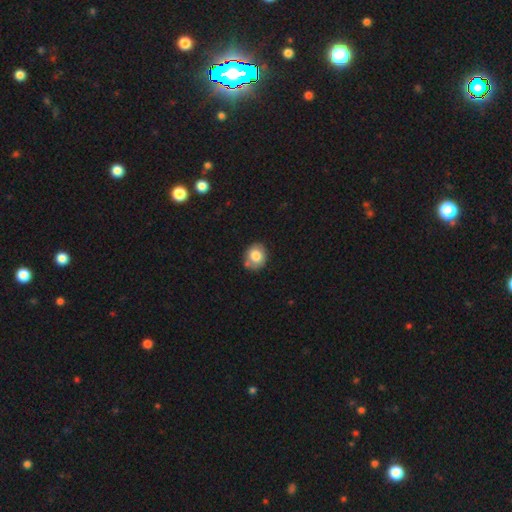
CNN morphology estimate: Smooth or featured? smooth (79%)
How rounded? round (71%)
Merging? none (70%)